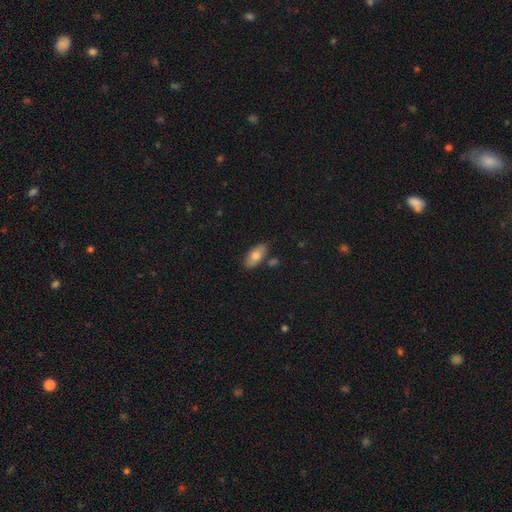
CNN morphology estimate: This is likely a smooth galaxy (74%). How rounded: clearly in between (90%). Merging: likely none (77%).